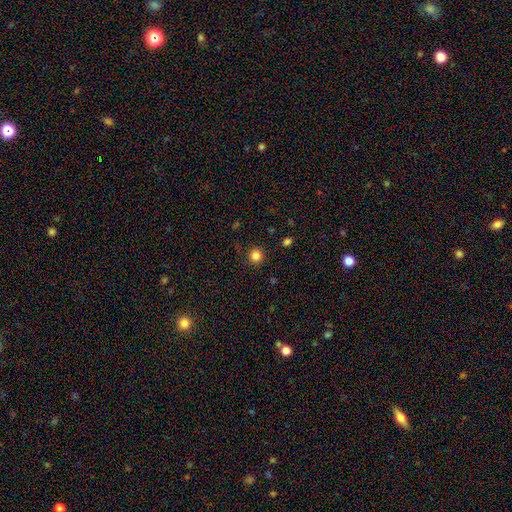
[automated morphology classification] Overall: smooth (84%). How rounded: round (93%). Merging: none (90%).